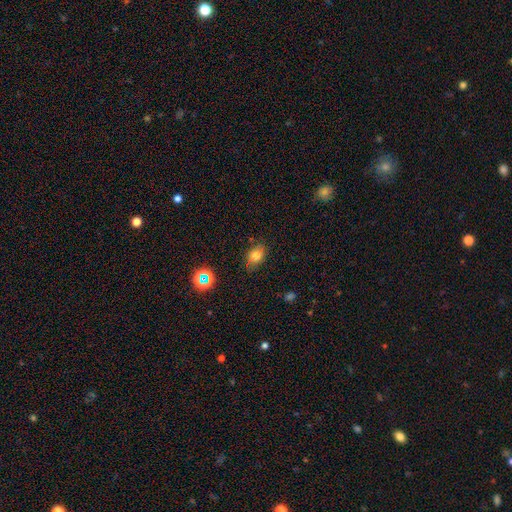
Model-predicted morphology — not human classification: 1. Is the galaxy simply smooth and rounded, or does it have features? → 74% smooth, 15% star or artifact, 11% featured or disk.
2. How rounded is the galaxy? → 75% in between, 23% round, 2% cigar-shaped.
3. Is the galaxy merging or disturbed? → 78% none, 17% minor disturbance, 3% major disturbance, 2% merger.